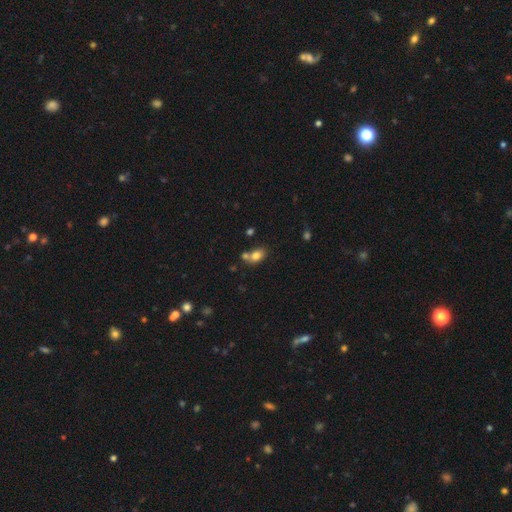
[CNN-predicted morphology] Smooth or featured?
  - smooth: 77% *
  - featured or disk: 12%
  - star or artifact: 11%
How rounded?
  - in between: 72% *
  - round: 26%
  - cigar-shaped: 2%
Merging?
  - none: 47% *
  - merger: 37%
  - minor disturbance: 12%
  - major disturbance: 4%